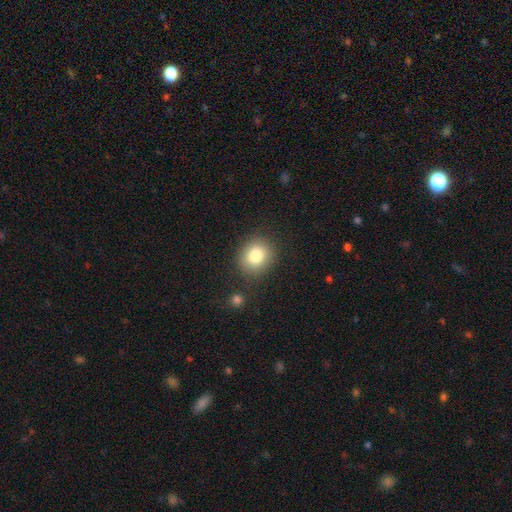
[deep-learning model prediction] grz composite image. It shows a smooth galaxy with no disk features (80%) that is round (73%). Merging: none (83%).